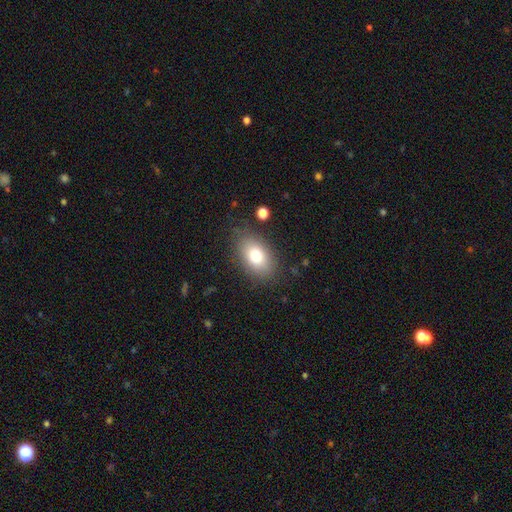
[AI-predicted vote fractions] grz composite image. It shows a smooth galaxy with no disk features (80%) that is in between round and cigar-shaped (89%). Merging: none (81%).